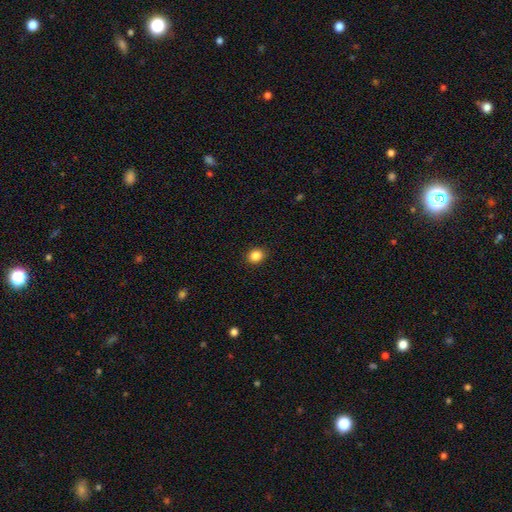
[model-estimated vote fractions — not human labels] Smooth or featured?
  - smooth: 85% *
  - star or artifact: 10%
  - featured or disk: 4%
How rounded?
  - round: 68% *
  - in between: 31%
  - cigar-shaped: 1%
Merging?
  - none: 91% *
  - minor disturbance: 6%
  - major disturbance: 2%
  - merger: 1%